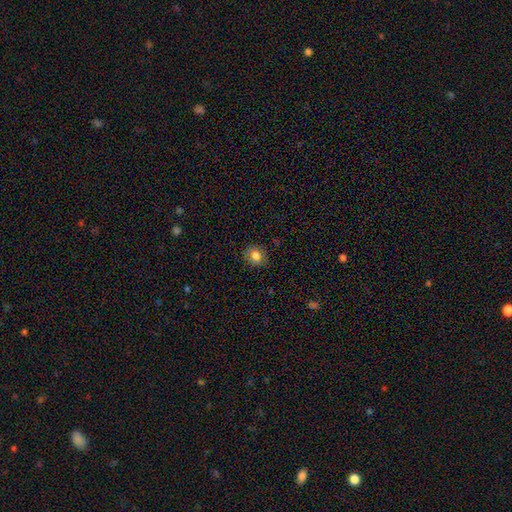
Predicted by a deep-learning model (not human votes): The model was most divided on "how rounded": round: 67%, in between: 32%, cigar-shaped: 1%. More confident: merging — none (87%); smooth or featured — smooth (82%).